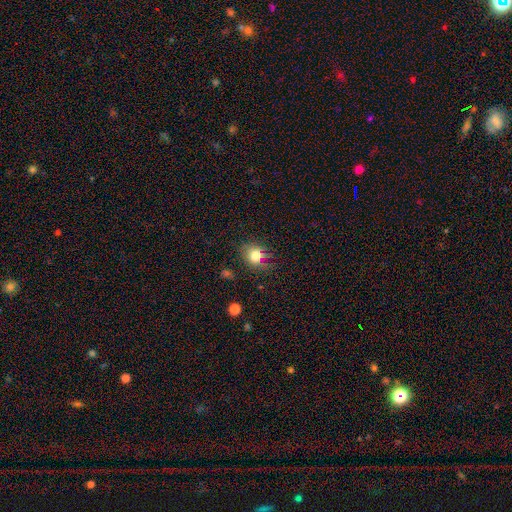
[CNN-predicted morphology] type=smooth (75%); roundness=round (63%); merging=none (68%).